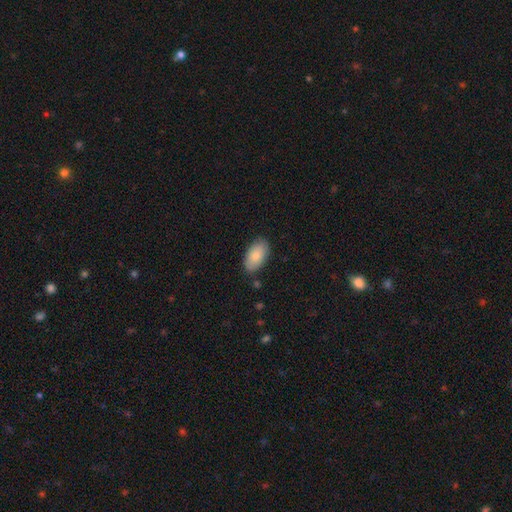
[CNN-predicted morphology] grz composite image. It shows a smooth galaxy with no disk features (82%) that is in between round and cigar-shaped (95%). Merging: none (84%).